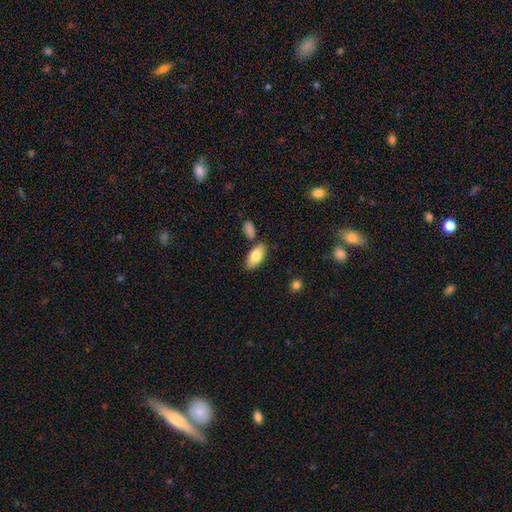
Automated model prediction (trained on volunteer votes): smooth_or_featured: smooth (p=0.80) [alt: featured or disk p=0.14]
how_rounded: in between (p=0.92) [alt: cigar-shaped p=0.06]
merging: none (p=0.78) [alt: minor disturbance p=0.12]